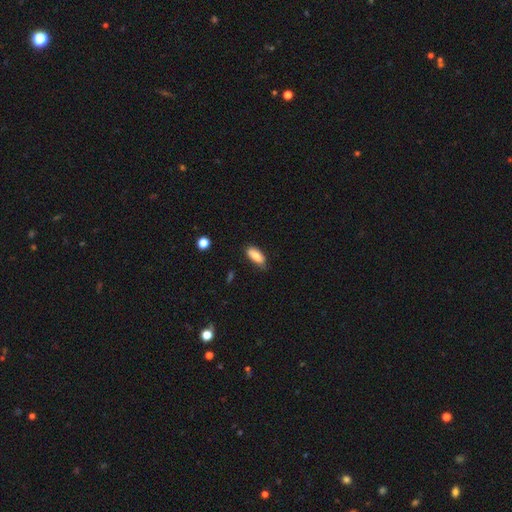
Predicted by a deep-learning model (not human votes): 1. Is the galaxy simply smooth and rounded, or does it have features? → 83% smooth, 10% featured or disk, 7% star or artifact.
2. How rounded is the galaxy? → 79% in between, 19% cigar-shaped, 2% round.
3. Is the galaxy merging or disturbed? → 71% none, 24% minor disturbance, 4% major disturbance, 2% merger.